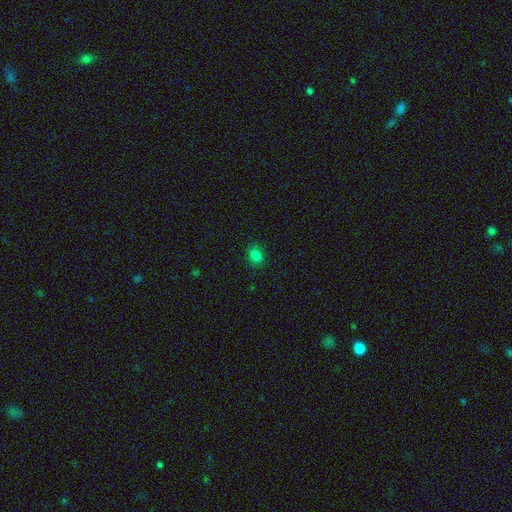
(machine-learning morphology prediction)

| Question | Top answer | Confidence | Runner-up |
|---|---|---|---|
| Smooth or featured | smooth | 81% | star or artifact (15%) |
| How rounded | round | 57% | in between (42%) |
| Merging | none | 88% | minor disturbance (9%) |